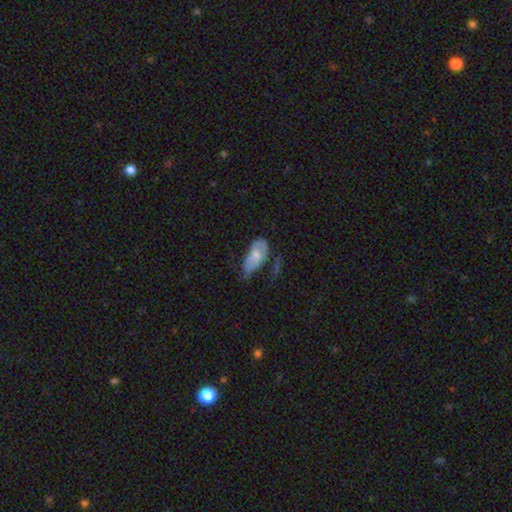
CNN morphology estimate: smooth-or-featured: smooth: 68% | featured or disk: 25% | star or artifact: 6%
  how-rounded: in between: 91% | cigar-shaped: 6% | round: 3%
  merging: minor disturbance: 40% | none: 30% | major disturbance: 24% | merger: 5%